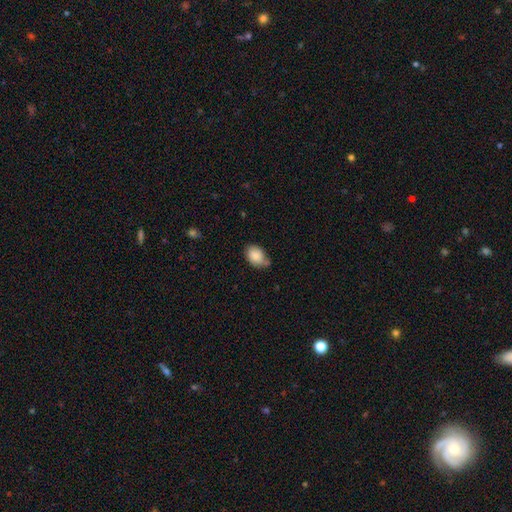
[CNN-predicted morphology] smooth 86%, star or artifact 7%, featured or disk 6%. Down the decision tree: how rounded — in between (78%); merging — none (59%).